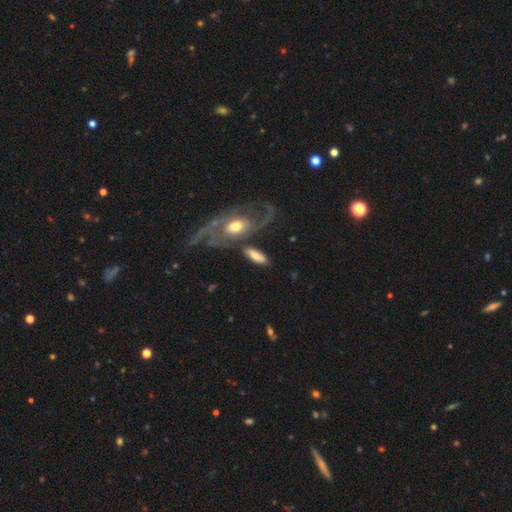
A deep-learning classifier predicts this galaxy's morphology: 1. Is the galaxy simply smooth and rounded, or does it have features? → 64% smooth, 30% featured or disk, 6% star or artifact.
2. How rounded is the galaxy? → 72% in between, 24% cigar-shaped, 4% round.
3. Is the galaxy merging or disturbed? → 56% none, 18% merger, 16% minor disturbance, 10% major disturbance.